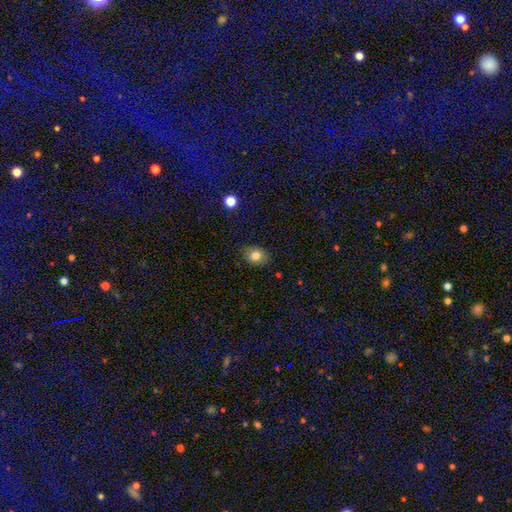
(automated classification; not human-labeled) smooth 81%, star or artifact 11%, featured or disk 9%. Down the decision tree: how rounded — round (51%); merging — none (85%).